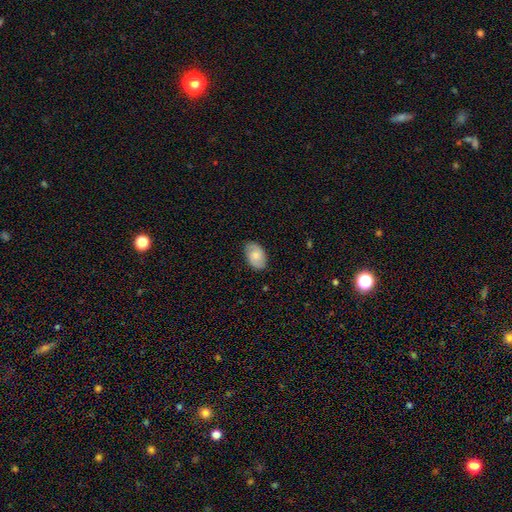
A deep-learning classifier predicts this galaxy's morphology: type=smooth (55%); roundness=in between (89%); merging=none (80%).